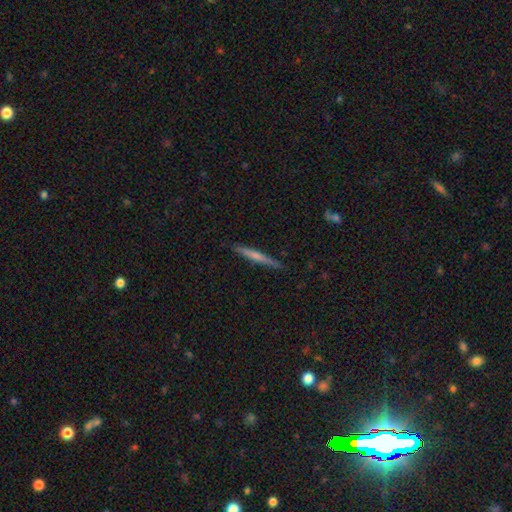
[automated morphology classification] Q: Smooth or featured?
A: smooth (53%); runner-up: featured or disk (41%)
Q: How rounded?
A: cigar-shaped (96%); runner-up: in between (3%)
Q: Merging?
A: none (89%); runner-up: minor disturbance (8%)